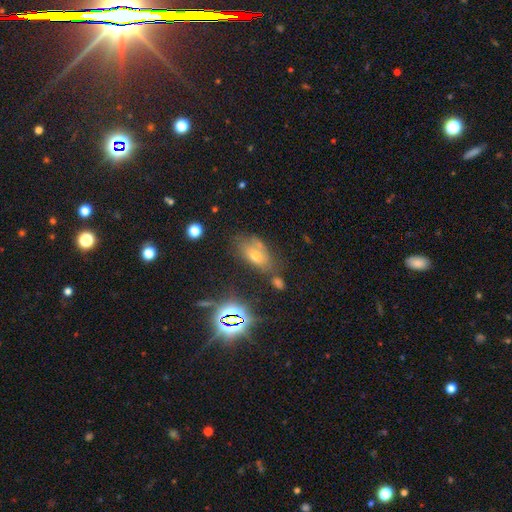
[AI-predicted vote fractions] This is possibly a smooth galaxy (53%). How rounded: clearly in between (87%). Merging: possibly none (54%).